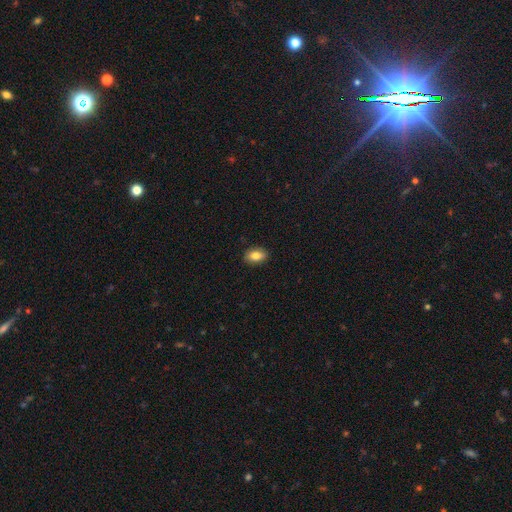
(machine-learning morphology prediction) Smooth or featured?
  - smooth: 83% *
  - featured or disk: 9%
  - star or artifact: 8%
How rounded?
  - in between: 87% *
  - round: 12%
  - cigar-shaped: 2%
Merging?
  - none: 89% *
  - minor disturbance: 9%
  - major disturbance: 2%
  - merger: 1%